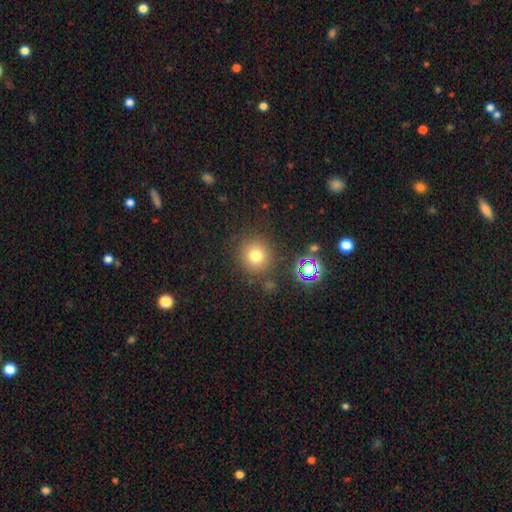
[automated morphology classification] This appears to be a smooth galaxy with no disk features (74%) that is round (93%). Merging: none (84%).